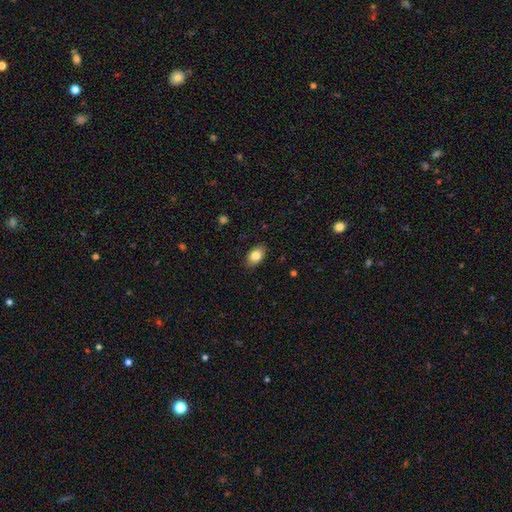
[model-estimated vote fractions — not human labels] Morphology: type=smooth (83%); roundness=in between (88%); merging=none (86%).